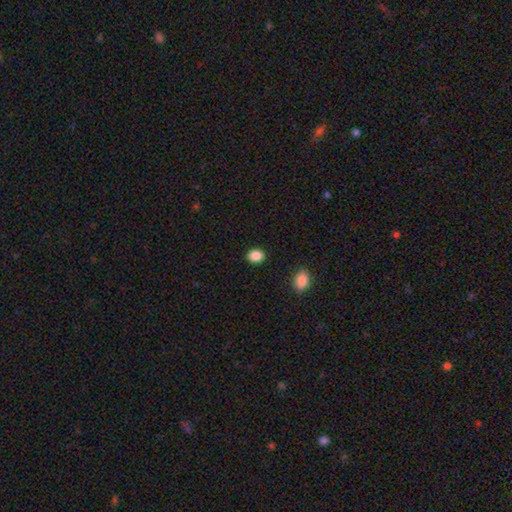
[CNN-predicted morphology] Overall: smooth (88%). How rounded: in between (57%; round 42%). Merging: none (90%).